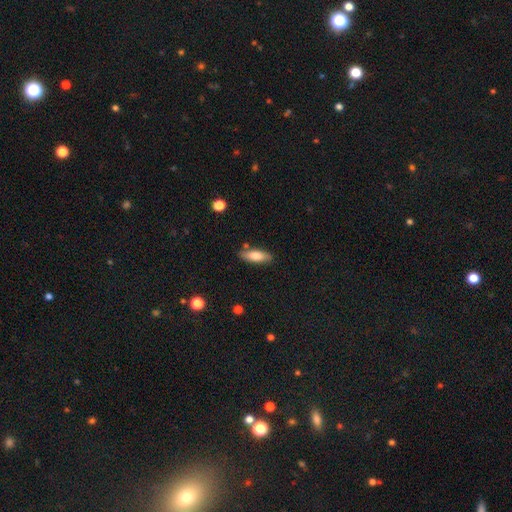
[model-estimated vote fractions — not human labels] Smooth or featured? smooth (74%)
How rounded? in between (62%)
Merging? none (81%)